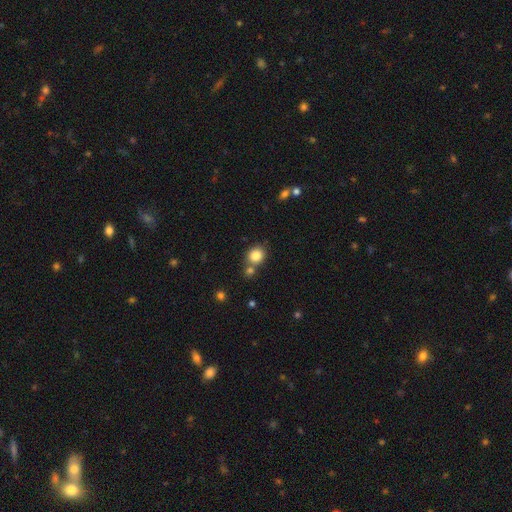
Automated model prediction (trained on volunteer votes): smooth_or_featured: smooth (p=0.84) [alt: star or artifact p=0.10]
how_rounded: round (p=0.79) [alt: in between p=0.20]
merging: none (p=0.63) [alt: merger p=0.24]